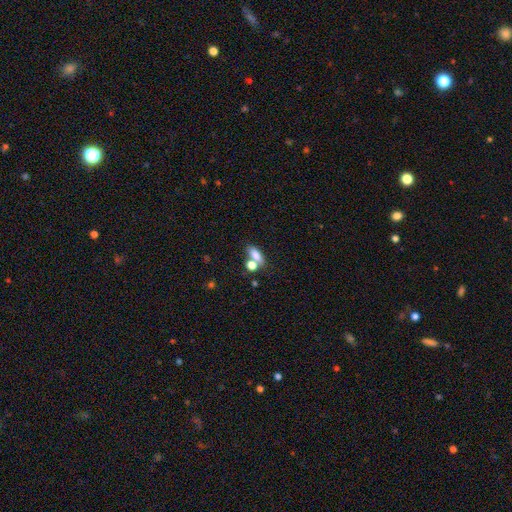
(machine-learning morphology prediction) Smooth or featured? Predicted: smooth (p=0.76). How rounded? Predicted: in between (p=0.74). Merging? Predicted: none (p=0.44).